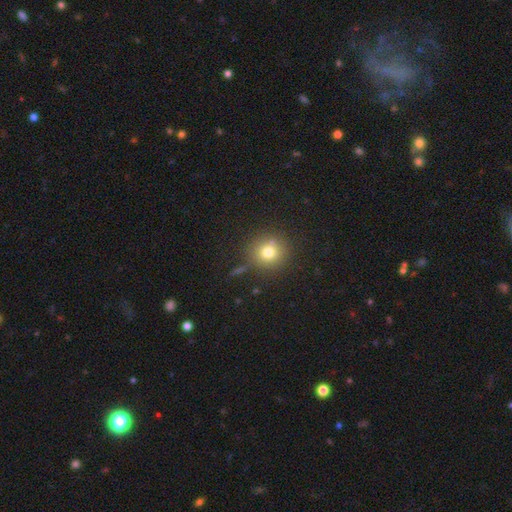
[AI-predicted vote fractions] Morphology: type=smooth (61%); roundness=round (94%); merging=none (89%).